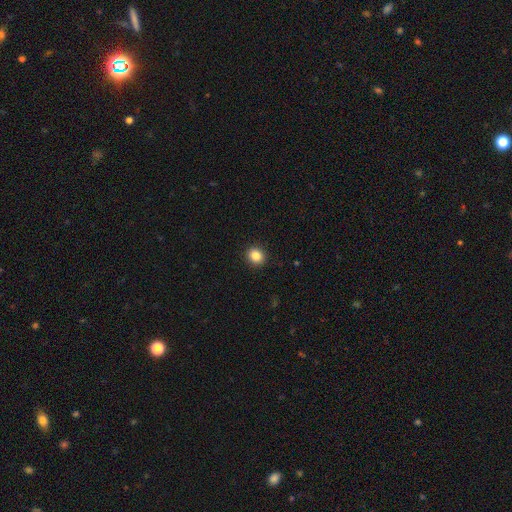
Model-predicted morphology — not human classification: A smooth galaxy with no disk features (85%) that is round (81%).

Vote fractions:
- Smooth or featured? smooth: 85% / star or artifact: 10% / featured or disk: 5%
- How rounded? round: 81% / in between: 18% / cigar-shaped: 1%
- Merging? none: 92% / minor disturbance: 5% / major disturbance: 2% / merger: 1%